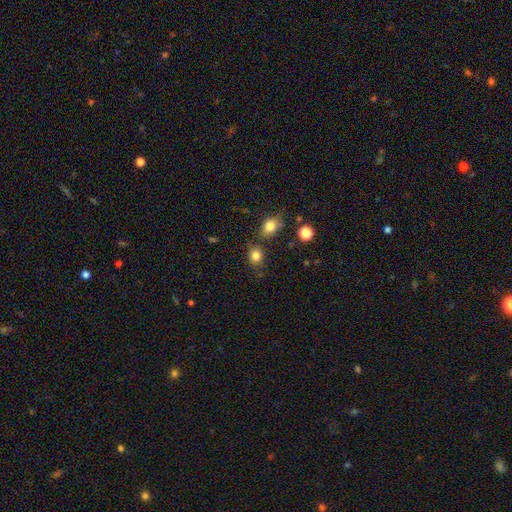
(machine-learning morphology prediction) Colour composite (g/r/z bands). It shows a smooth galaxy with no disk features (82%) that is round (66%). Merging: none (72%).